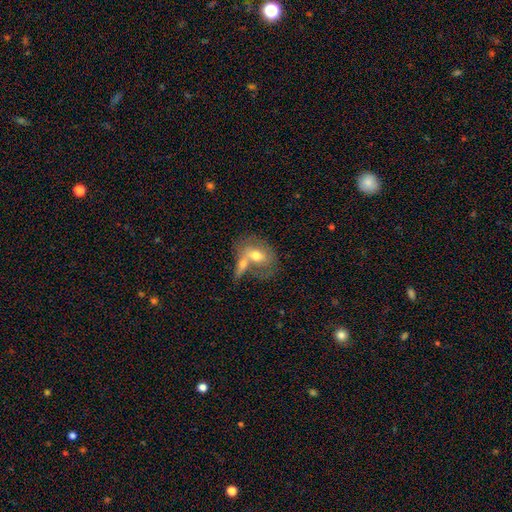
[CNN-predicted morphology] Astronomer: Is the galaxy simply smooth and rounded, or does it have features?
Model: smooth — 59%.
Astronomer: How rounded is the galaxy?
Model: in between — 74%.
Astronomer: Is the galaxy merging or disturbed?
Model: merger — 51% (runner-up: none, 30%).